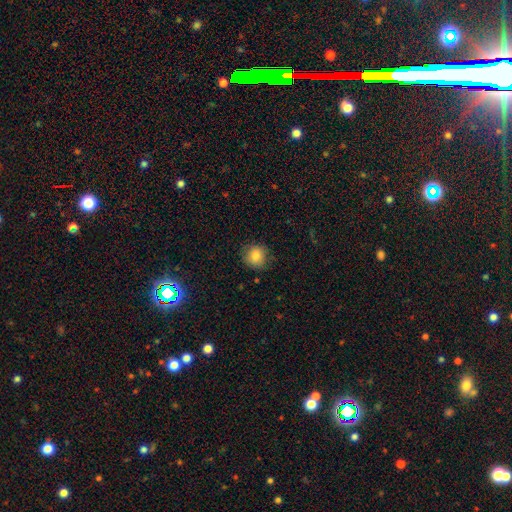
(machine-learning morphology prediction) The model was most divided on "merging": none: 82%, minor disturbance: 13%, major disturbance: 3%, merger: 1%. More confident: how rounded — round (88%); smooth or featured — smooth (84%).